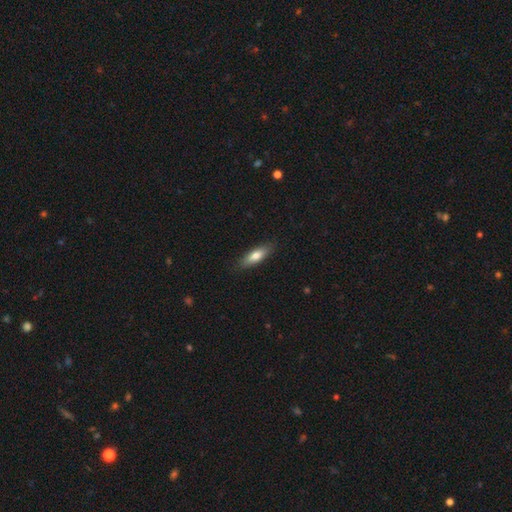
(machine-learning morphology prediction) A smooth galaxy with no disk features (78%) that is in between round and cigar-shaped (53%).

Vote fractions:
- Smooth or featured? smooth: 78% / featured or disk: 16% / star or artifact: 6%
- How rounded? in between: 53% / cigar-shaped: 45% / round: 2%
- Merging? none: 84% / minor disturbance: 12% / major disturbance: 2% / merger: 1%